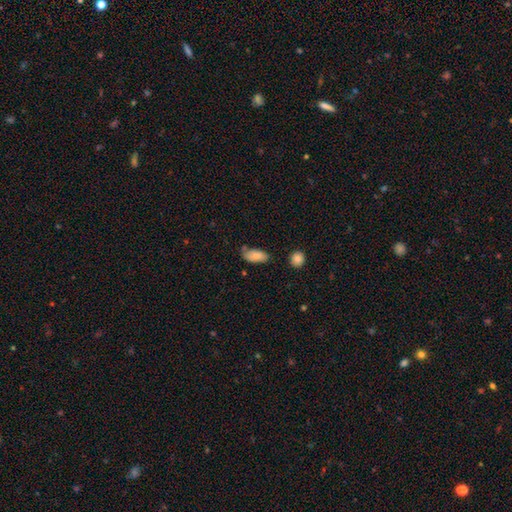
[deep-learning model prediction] Overall: smooth (79%). How rounded: in between (91%). Merging: none (64%; minor disturbance 26%).